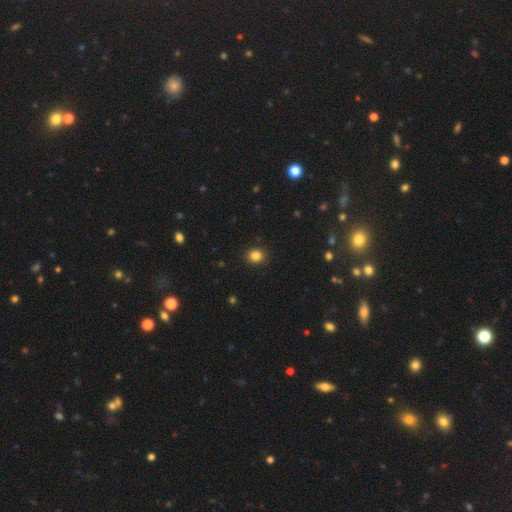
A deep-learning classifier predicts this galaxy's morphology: Smooth or featured? smooth (84%)
How rounded? round (79%)
Merging? none (91%)